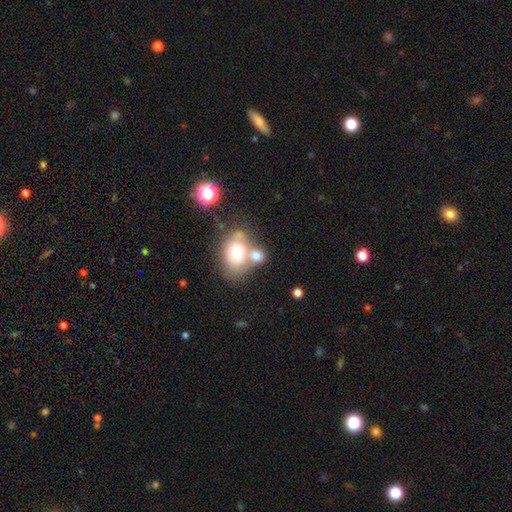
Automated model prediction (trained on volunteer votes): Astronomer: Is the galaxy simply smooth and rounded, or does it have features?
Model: smooth — 71%.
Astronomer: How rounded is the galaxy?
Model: in between — 64%.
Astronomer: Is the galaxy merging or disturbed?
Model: merger — 50% (runner-up: none, 33%).